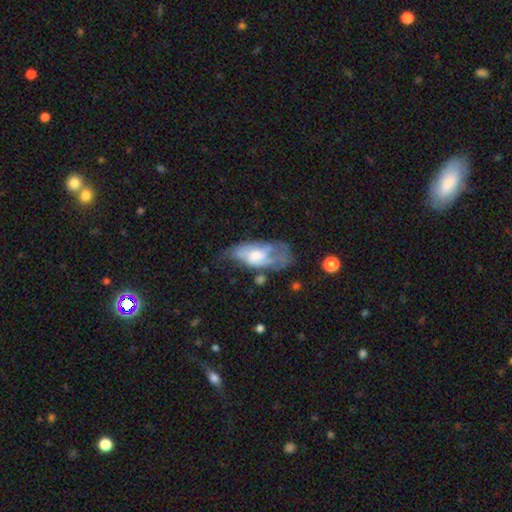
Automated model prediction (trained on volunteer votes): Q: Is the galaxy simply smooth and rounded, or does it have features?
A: featured or disk — 52%.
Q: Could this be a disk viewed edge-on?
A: no — 90%.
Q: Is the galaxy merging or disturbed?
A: major disturbance — 36%.